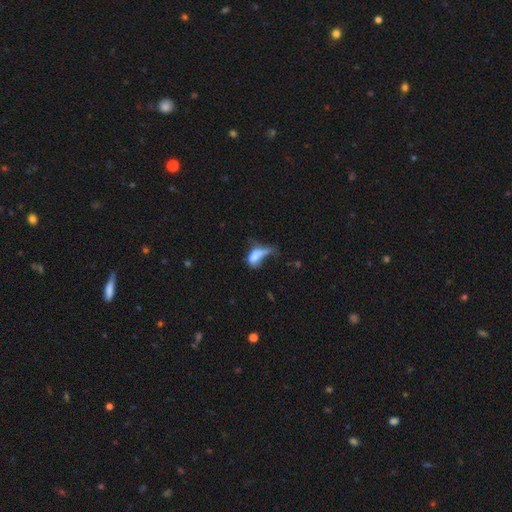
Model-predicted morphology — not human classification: type=smooth (62%); roundness=in between (81%); merging=major disturbance (43%).